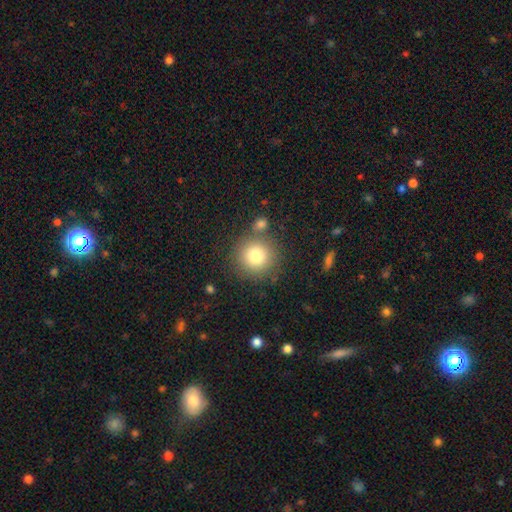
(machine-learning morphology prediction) smooth 78%, star or artifact 11%, featured or disk 10%. Down the decision tree: how rounded — round (94%); merging — none (79%).